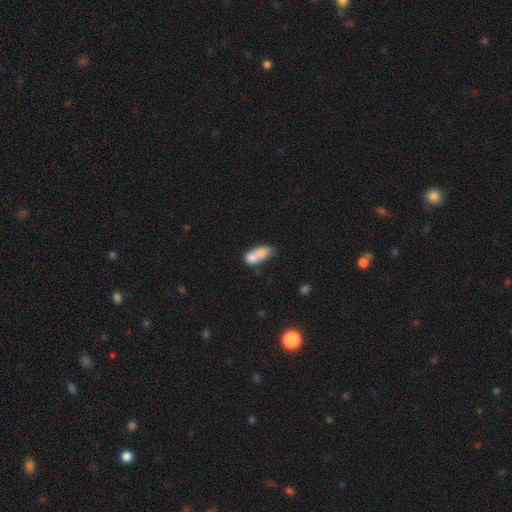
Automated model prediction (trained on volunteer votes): Q: Smooth or featured?
A: smooth (72%); runner-up: featured or disk (19%)
Q: How rounded?
A: in between (76%); runner-up: cigar-shaped (12%)
Q: Merging?
A: merger (58%); runner-up: none (22%)